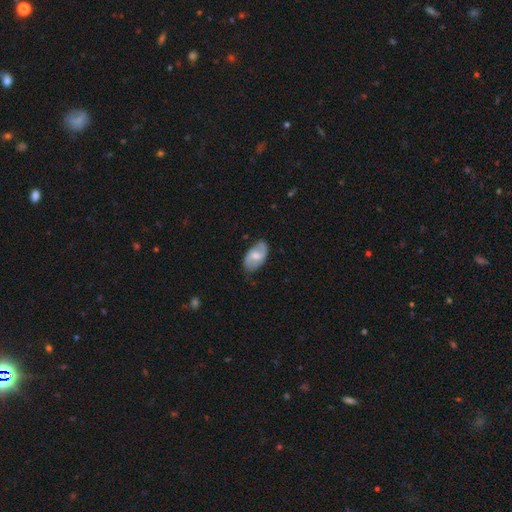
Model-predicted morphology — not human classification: Smooth or featured: featured or disk — 56% (smooth — 38%)
Edge-on disk: no — 95% (yes — 5%)
Bar: weak — 52% (no — 32%)
Spiral arms: yes — 79% (no — 21%)
Bulge size: moderate — 52% (small — 41%)
Merging: none — 73% (minor disturbance — 21%)